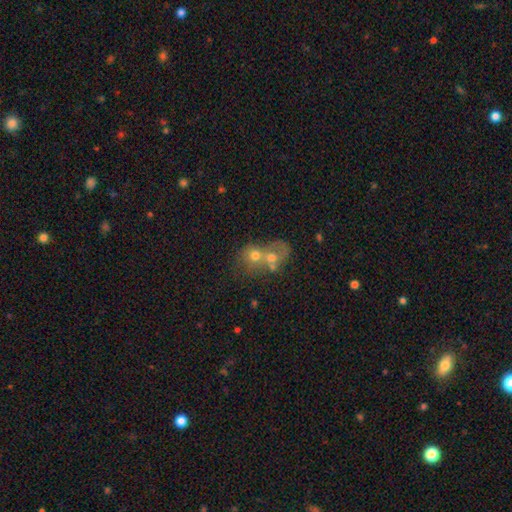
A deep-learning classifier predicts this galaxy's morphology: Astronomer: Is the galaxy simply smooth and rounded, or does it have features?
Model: smooth — 55% (runner-up: featured or disk, 31%).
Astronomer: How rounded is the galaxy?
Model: round — 65%.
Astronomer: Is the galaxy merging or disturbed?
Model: merger — 73%.